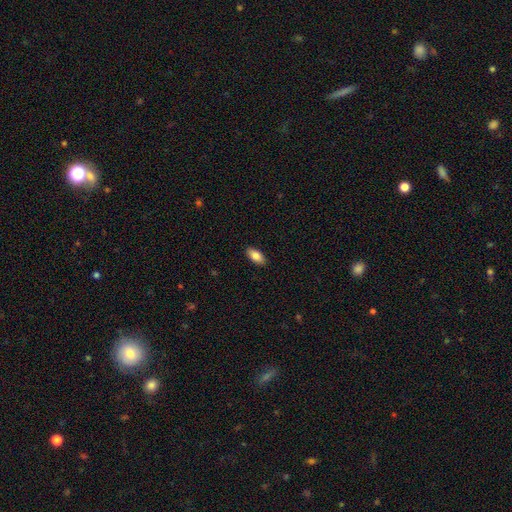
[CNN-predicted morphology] smooth_or_featured: smooth (p=0.86) [alt: featured or disk p=0.08]
how_rounded: in between (p=0.90) [alt: cigar-shaped p=0.07]
merging: none (p=0.89) [alt: minor disturbance p=0.08]